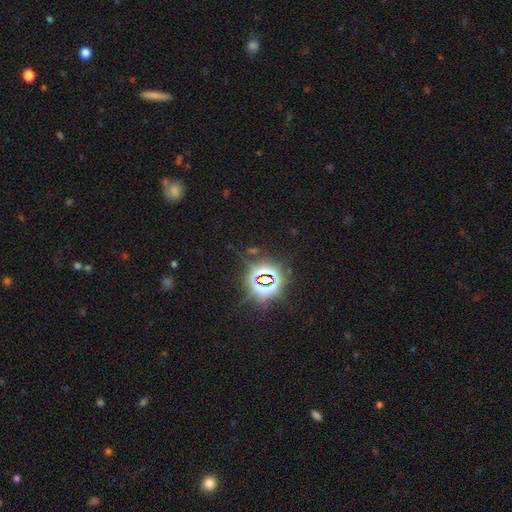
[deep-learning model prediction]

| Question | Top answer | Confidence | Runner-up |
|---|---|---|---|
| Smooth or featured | star or artifact | 82% | smooth (11%) |